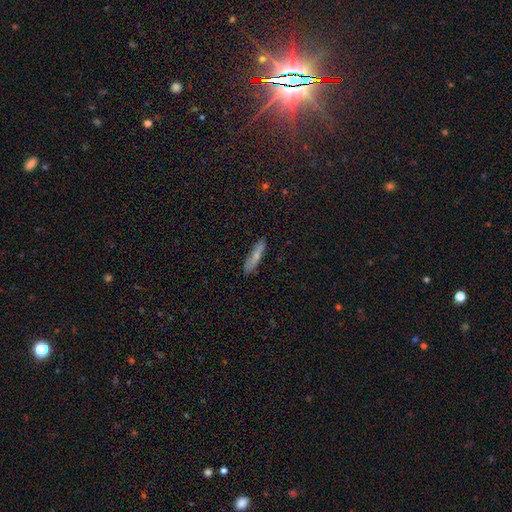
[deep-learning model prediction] Q: Smooth or featured?
A: smooth (67%); runner-up: featured or disk (26%)
Q: How rounded?
A: cigar-shaped (87%); runner-up: in between (12%)
Q: Merging?
A: none (85%); runner-up: minor disturbance (12%)